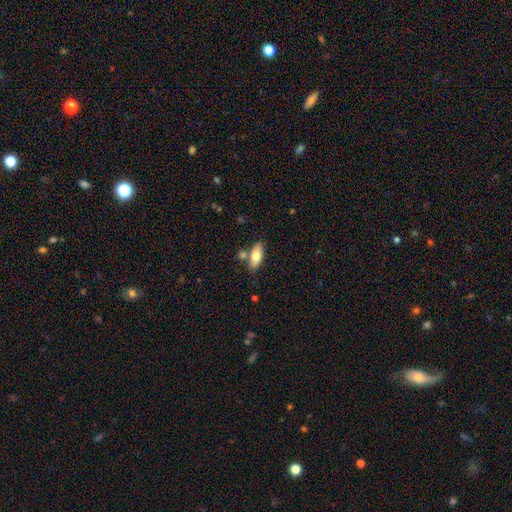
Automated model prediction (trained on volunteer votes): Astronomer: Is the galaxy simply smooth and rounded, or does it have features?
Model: smooth — 70%.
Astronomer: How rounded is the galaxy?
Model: in between — 80%.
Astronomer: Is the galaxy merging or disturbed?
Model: none — 73%.